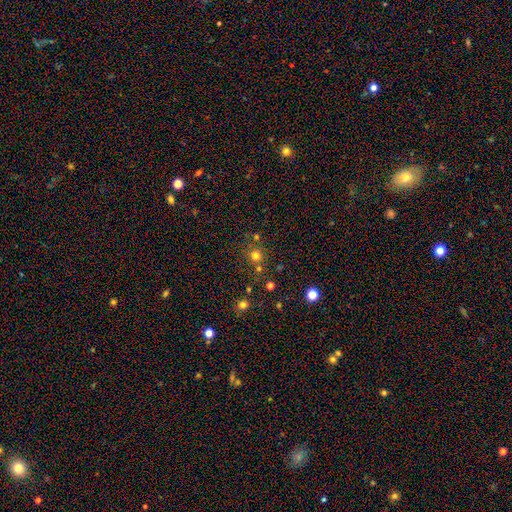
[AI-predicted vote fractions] Morphology: type=smooth (71%); roundness=round (90%); merging=none (73%).